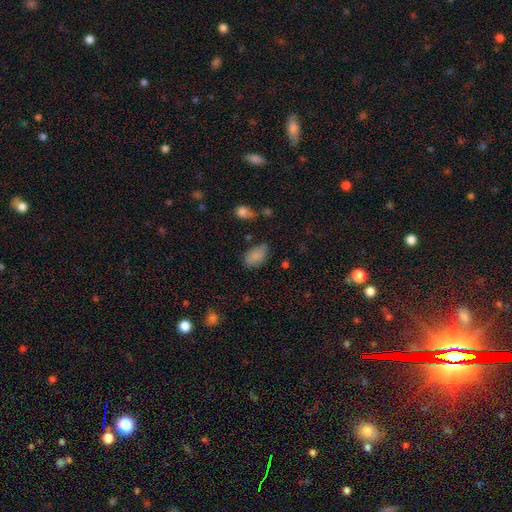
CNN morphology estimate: Overall: smooth (84%). How rounded: in between (91%). Merging: none (69%).